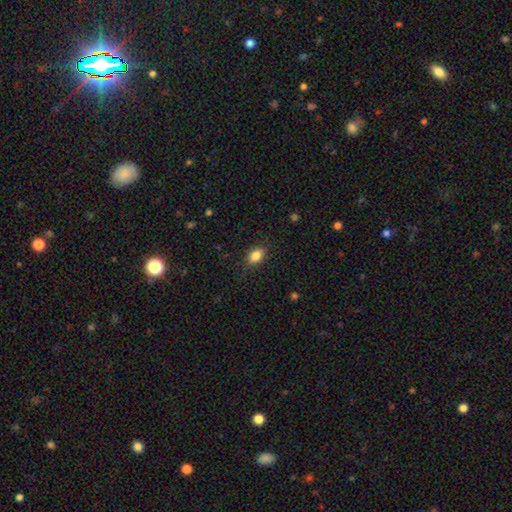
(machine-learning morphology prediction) This appears to be a smooth galaxy with no disk features (85%) that is in between round and cigar-shaped (82%). Merging: none (83%).